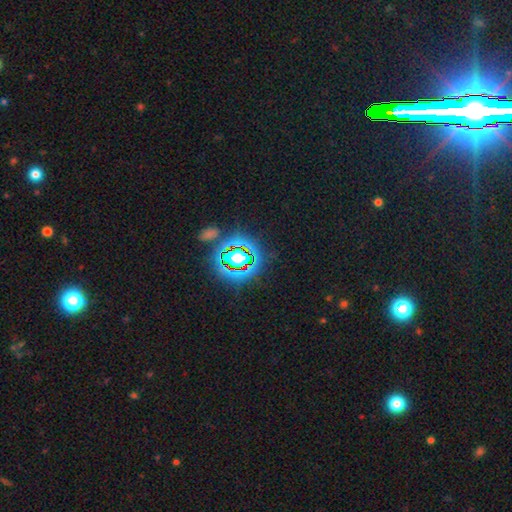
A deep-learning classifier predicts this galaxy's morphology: Smooth or featured? Predicted: star or artifact (p=0.79).